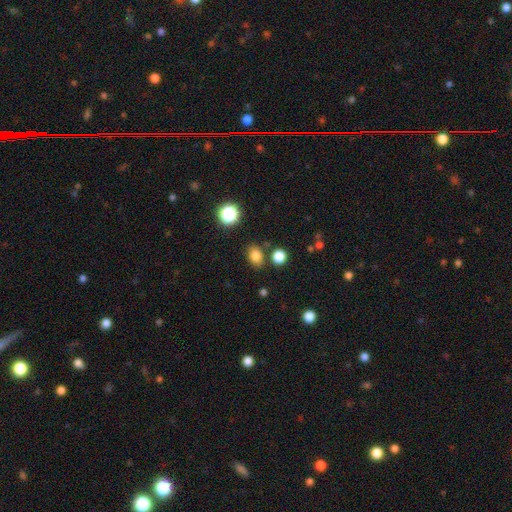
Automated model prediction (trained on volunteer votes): This is clearly a smooth galaxy (81%). How rounded: likely in between (65%). Merging: likely none (79%).